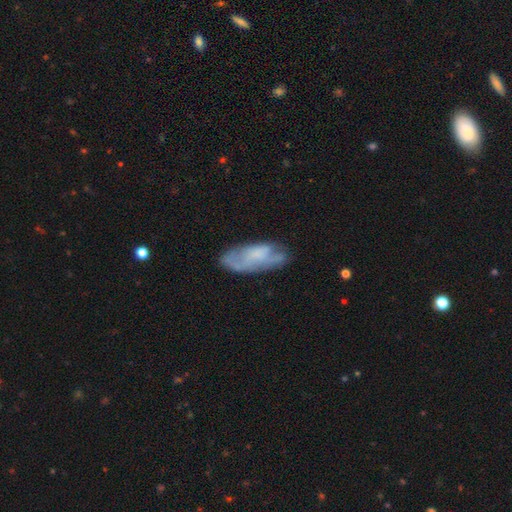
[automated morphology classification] smooth-or-featured: smooth: 49% | featured or disk: 43% | star or artifact: 8%
  merging: none: 60% | minor disturbance: 26% | major disturbance: 11% | merger: 3%